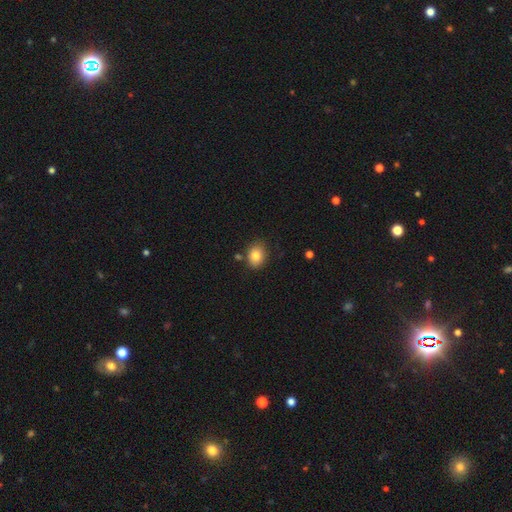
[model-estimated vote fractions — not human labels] Overall: smooth (82%). How rounded: in between (58%; round 41%). Merging: none (79%).